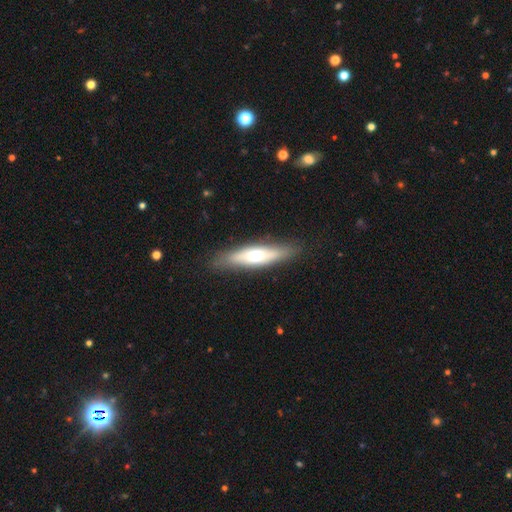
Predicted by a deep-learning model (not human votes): A smooth galaxy with no disk features (49%).

Vote fractions:
- Smooth or featured? smooth: 49% / featured or disk: 45% / star or artifact: 6%
- Merging? none: 85% / minor disturbance: 11% / major disturbance: 3% / merger: 1%